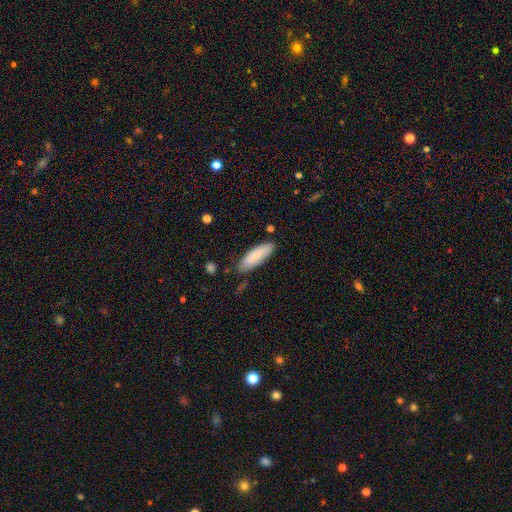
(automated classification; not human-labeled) smooth_or_featured: smooth (p=0.83) [alt: featured or disk p=0.11]
how_rounded: in between (p=0.54) [alt: cigar-shaped p=0.45]
merging: none (p=0.78) [alt: minor disturbance p=0.17]